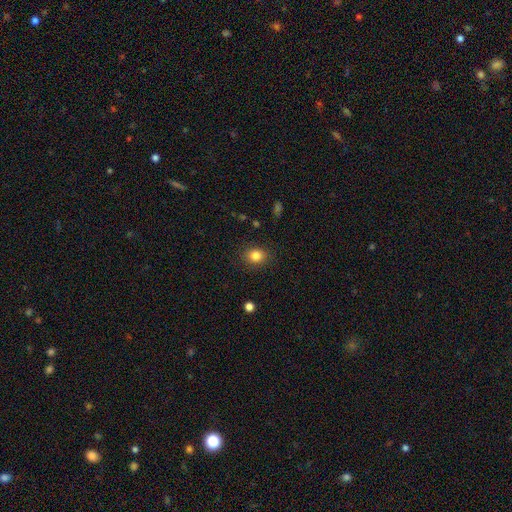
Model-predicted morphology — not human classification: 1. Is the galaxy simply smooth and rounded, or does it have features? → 83% smooth, 11% star or artifact, 6% featured or disk.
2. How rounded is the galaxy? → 63% round, 36% in between, 1% cigar-shaped.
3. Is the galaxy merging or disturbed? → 88% none, 9% minor disturbance, 3% major disturbance, 1% merger.